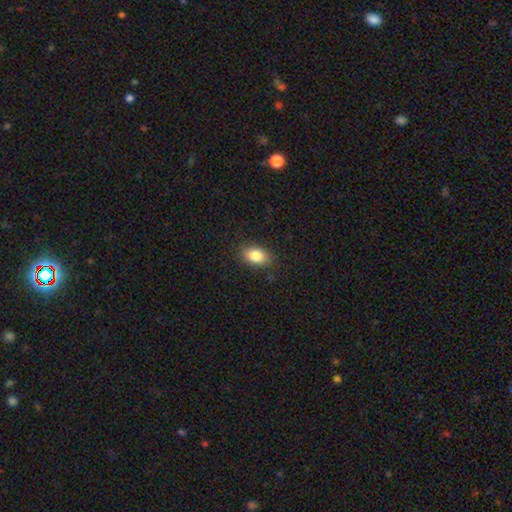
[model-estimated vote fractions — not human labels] Smooth or featured?
  - smooth: 85% *
  - star or artifact: 8%
  - featured or disk: 7%
How rounded?
  - in between: 85% *
  - round: 13%
  - cigar-shaped: 2%
Merging?
  - none: 85% *
  - minor disturbance: 11%
  - major disturbance: 3%
  - merger: 1%